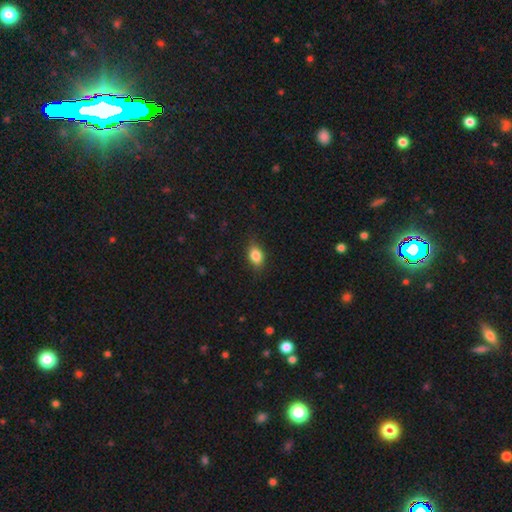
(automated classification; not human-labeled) smooth_or_featured: smooth (p=0.84) [alt: star or artifact p=0.08]
how_rounded: in between (p=0.79) [alt: round p=0.18]
merging: none (p=0.81) [alt: minor disturbance p=0.15]